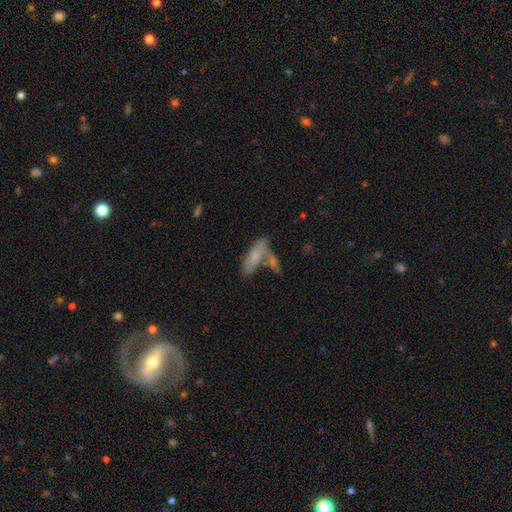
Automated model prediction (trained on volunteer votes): Q: Smooth or featured?
A: smooth (69%); runner-up: featured or disk (23%)
Q: How rounded?
A: in between (56%); runner-up: cigar-shaped (42%)
Q: Merging?
A: none (45%); runner-up: merger (36%)